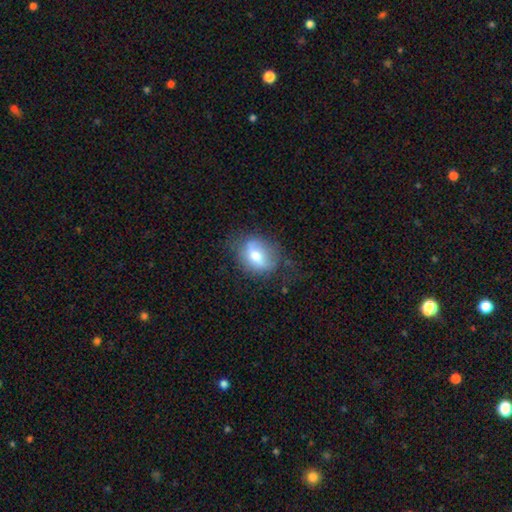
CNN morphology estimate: Smooth or featured?
  - smooth: 58% *
  - featured or disk: 34%
  - star or artifact: 8%
How rounded?
  - in between: 66% *
  - round: 31%
  - cigar-shaped: 3%
Merging?
  - none: 61% *
  - minor disturbance: 25%
  - major disturbance: 11%
  - merger: 2%